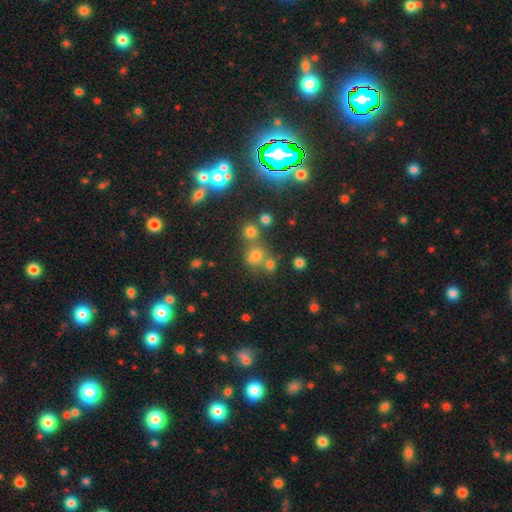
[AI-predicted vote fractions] A smooth galaxy with no disk features (48%). Merging: none (61%).